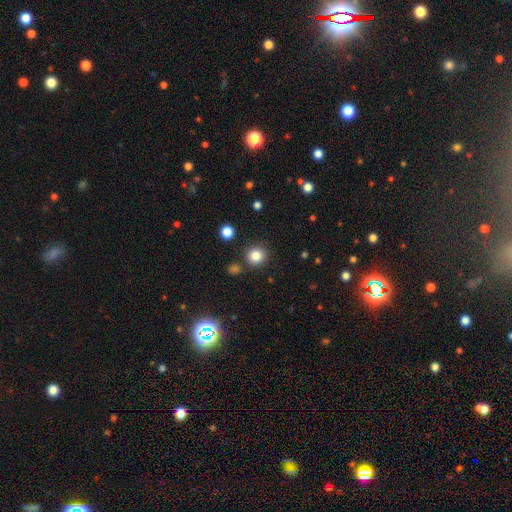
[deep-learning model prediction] Smooth or featured? Predicted: smooth (p=0.82). How rounded? Predicted: round (p=0.92). Merging? Predicted: none (p=0.86).